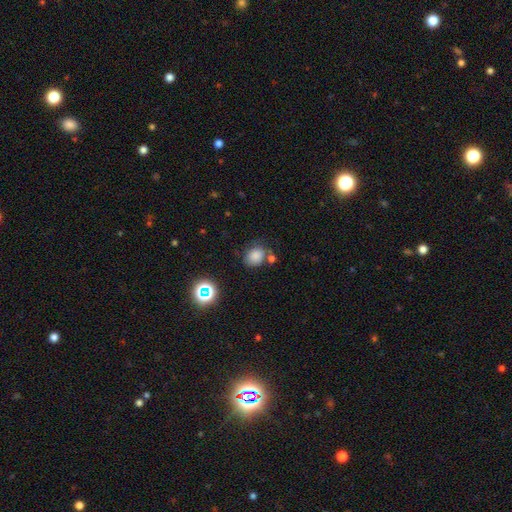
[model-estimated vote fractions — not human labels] smooth_or_featured: smooth (p=0.80) [alt: star or artifact p=0.14]
how_rounded: in between (p=0.50) [alt: round p=0.49]
merging: none (p=0.67) [alt: minor disturbance p=0.16]